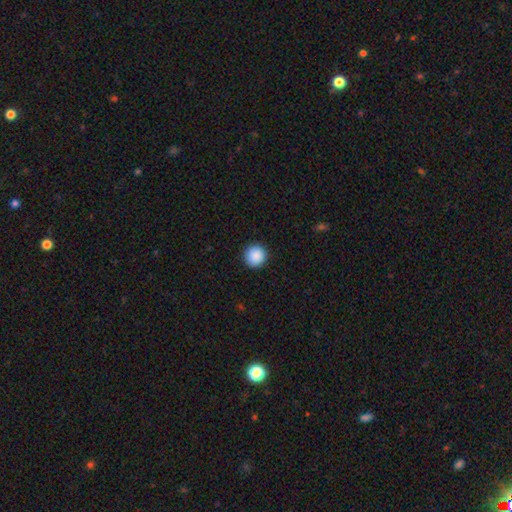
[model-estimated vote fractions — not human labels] Smooth or featured? Predicted: smooth (p=0.89). How rounded? Predicted: round (p=0.95). Merging? Predicted: none (p=0.92).